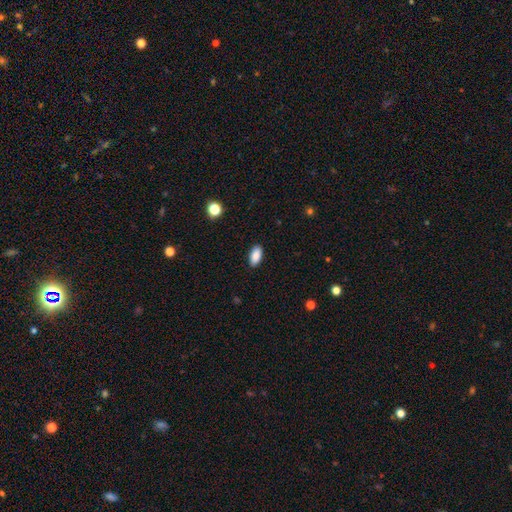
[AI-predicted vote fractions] smooth 89%, star or artifact 7%, featured or disk 4%. Down the decision tree: how rounded — in between (92%); merging — none (89%).